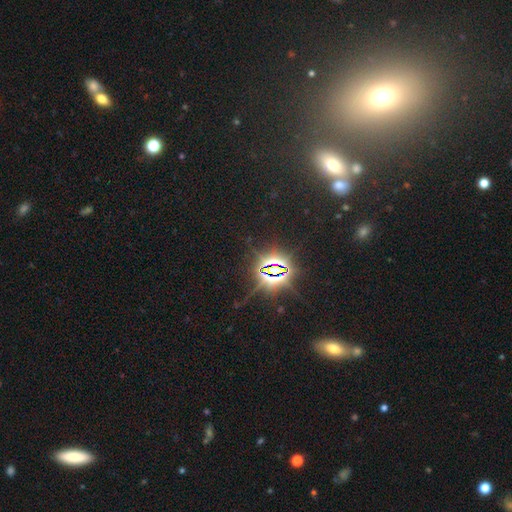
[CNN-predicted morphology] Smooth or featured? Predicted: star or artifact (p=0.63).